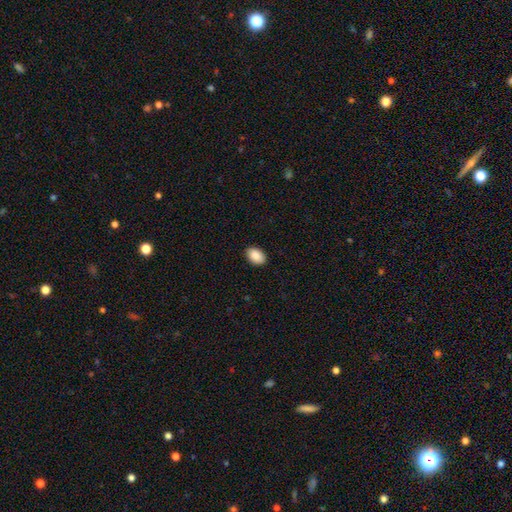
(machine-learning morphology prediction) This is clearly a smooth galaxy (89%). How rounded: clearly in between (85%). Merging: clearly none (89%).